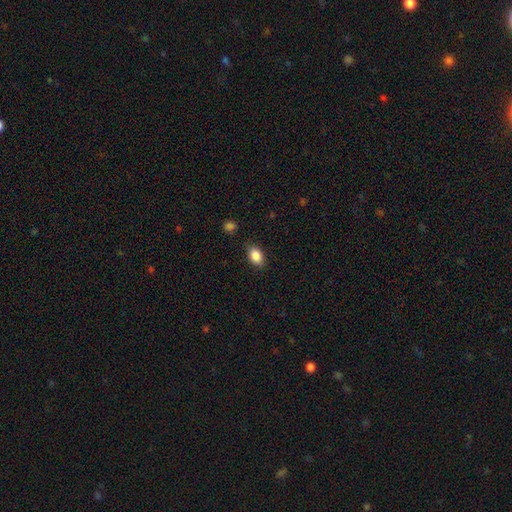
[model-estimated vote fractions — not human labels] This is clearly a smooth galaxy (88%). How rounded: clearly in between (84%). Merging: clearly none (84%).